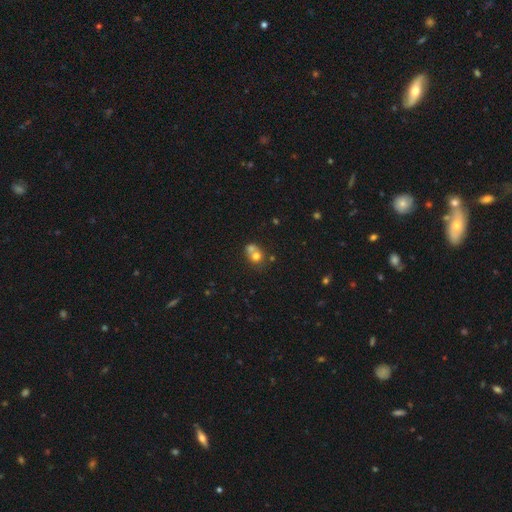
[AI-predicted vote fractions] smooth_or_featured: smooth (p=0.67) [alt: featured or disk p=0.20]
how_rounded: round (p=0.69) [alt: in between p=0.30]
merging: merger (p=0.58) [alt: none p=0.29]